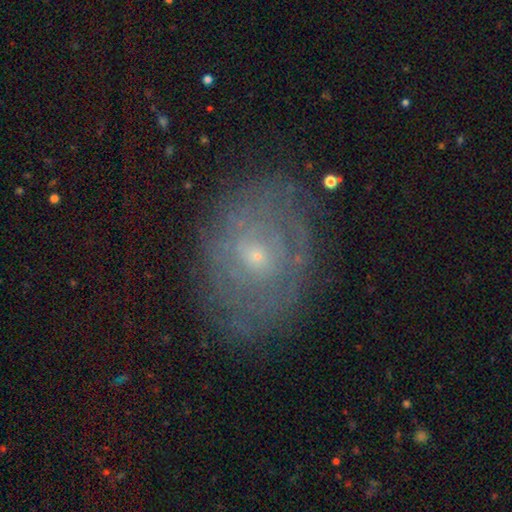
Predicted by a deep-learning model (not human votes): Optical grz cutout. It shows a featured or disk galaxy (60%) with no bar (64%), spiral arms (66%) and a small central bulge (73%). Merging: none (78%).